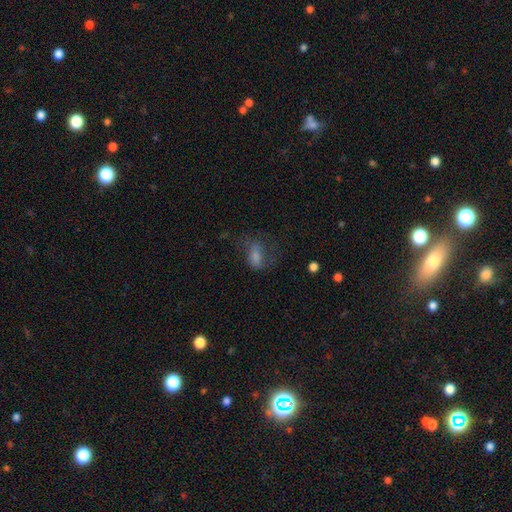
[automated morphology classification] Smooth or featured?
  - smooth: 46% *
  - featured or disk: 37%
  - star or artifact: 17%
Merging?
  - none: 49% *
  - major disturbance: 28%
  - minor disturbance: 21%
  - merger: 2%